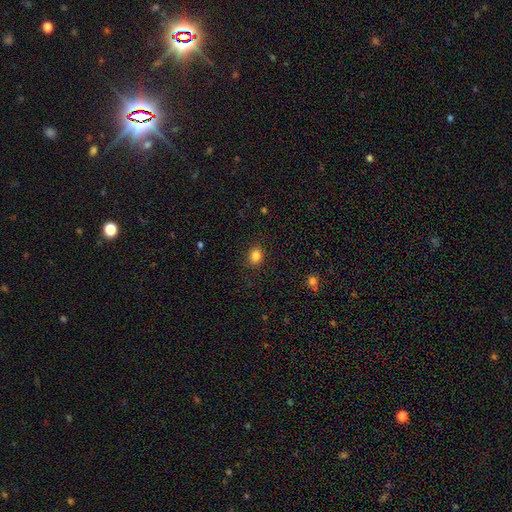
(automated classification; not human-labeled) A smooth galaxy with no disk features (85%) that is round (53%). Merging: none (88%).